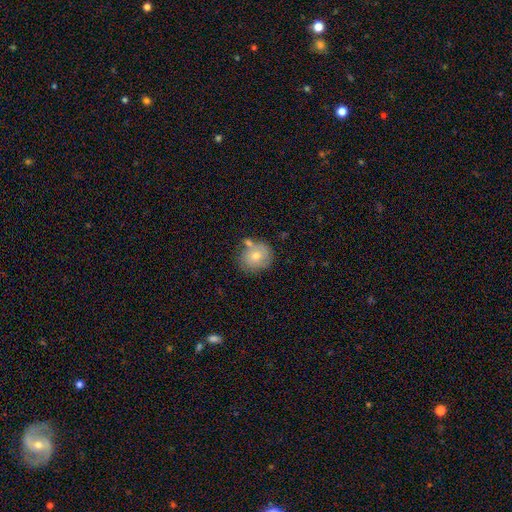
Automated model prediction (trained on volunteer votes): Smooth or featured? smooth (64%)
How rounded? round (79%)
Merging? none (60%)